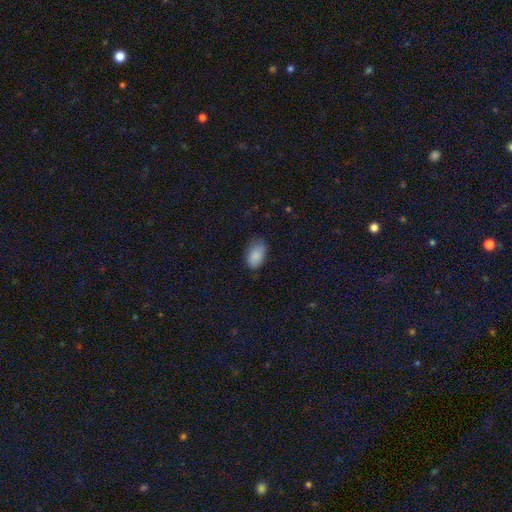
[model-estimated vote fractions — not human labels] Smooth or featured? smooth (88%)
How rounded? in between (91%)
Merging? none (72%)